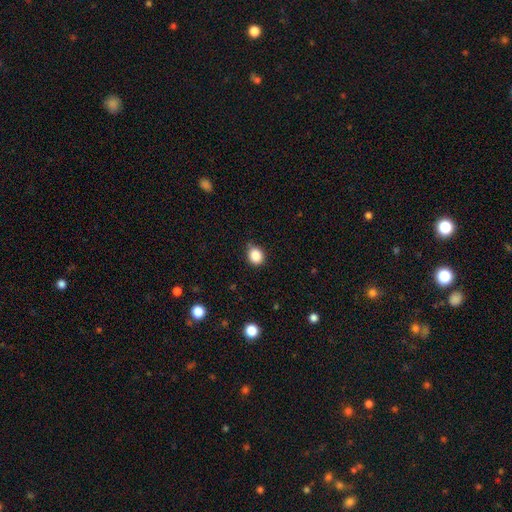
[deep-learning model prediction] A smooth galaxy with no disk features (87%) that is round (65%). Merging: none (76%).